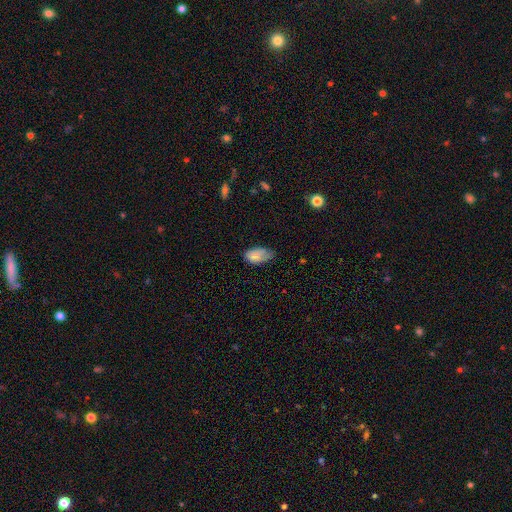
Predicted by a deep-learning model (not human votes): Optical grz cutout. It shows a smooth galaxy with no disk features (81%) that is in between round and cigar-shaped (94%). Merging: none (44%).